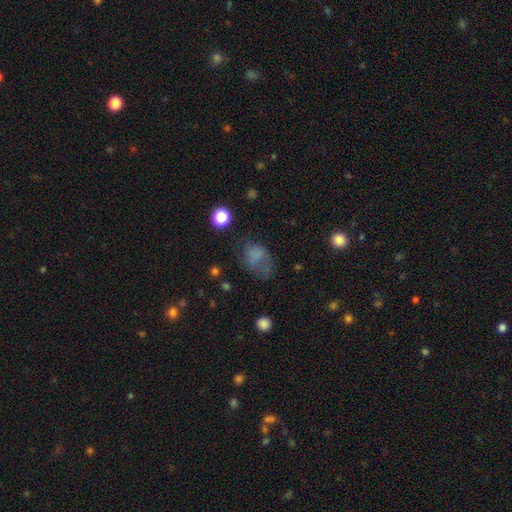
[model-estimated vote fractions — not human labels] Smooth or featured?
  - smooth: 67% *
  - featured or disk: 17%
  - star or artifact: 16%
How rounded?
  - in between: 66% *
  - round: 33%
  - cigar-shaped: 1%
Merging?
  - none: 38% *
  - major disturbance: 31%
  - minor disturbance: 27%
  - merger: 3%